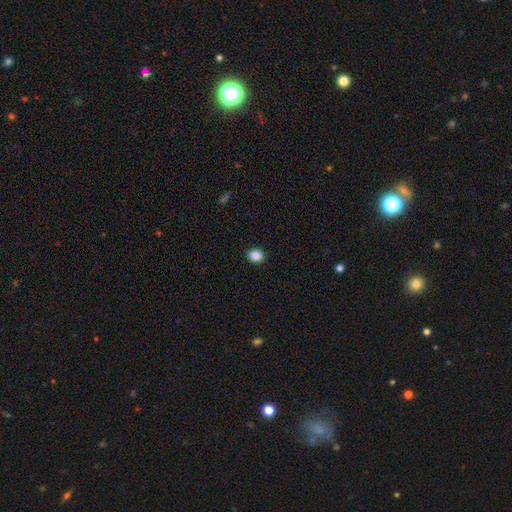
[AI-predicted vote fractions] Smooth or featured: smooth — 87% (star or artifact — 10%)
How rounded: round — 60% (in between — 39%)
Merging: none — 91% (minor disturbance — 6%)